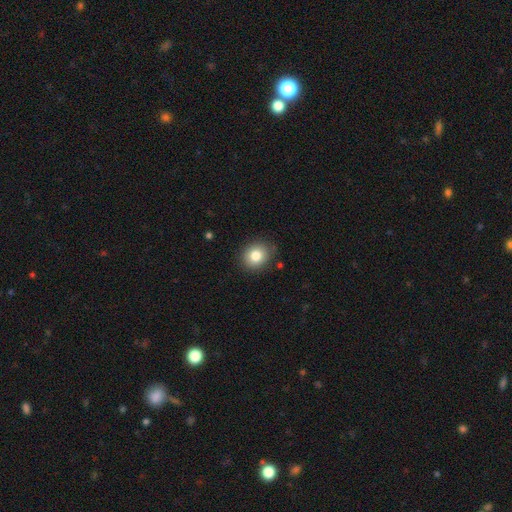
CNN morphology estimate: Q: Smooth or featured?
A: smooth (81%); runner-up: star or artifact (10%)
Q: How rounded?
A: round (70%); runner-up: in between (29%)
Q: Merging?
A: none (86%); runner-up: minor disturbance (11%)